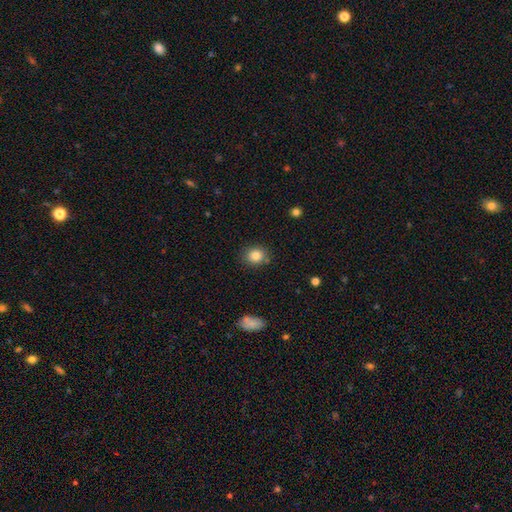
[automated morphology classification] smooth_or_featured: smooth (p=0.83) [alt: star or artifact p=0.10]
how_rounded: round (p=0.73) [alt: in between p=0.26]
merging: none (p=0.82) [alt: minor disturbance p=0.11]